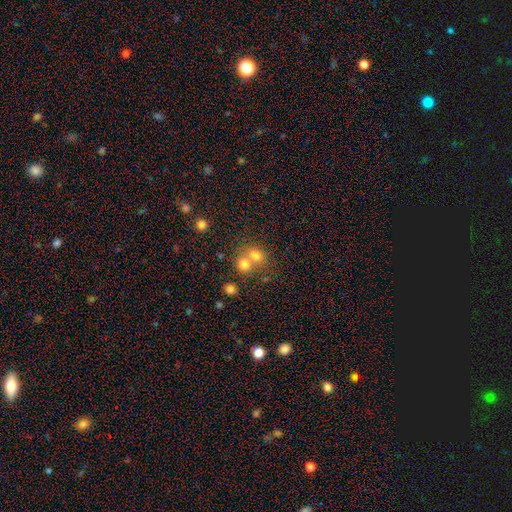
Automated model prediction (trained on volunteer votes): smooth_or_featured: smooth (p=0.72) [alt: star or artifact p=0.14]
how_rounded: round (p=0.61) [alt: in between p=0.38]
merging: merger (p=0.57) [alt: none p=0.33]